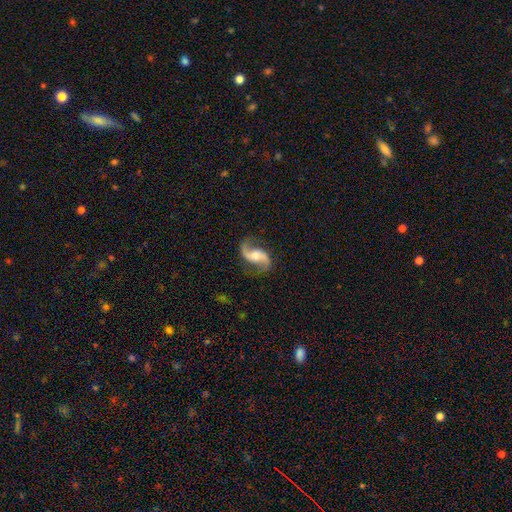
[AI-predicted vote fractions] A featured or disk galaxy (91%) with no bar (46%), 2 (94%) loose (67%) spiral arms (98%) and a moderate central bulge (63%).

Vote fractions:
- Smooth or featured? featured or disk: 91% / smooth: 4% / star or artifact: 4%
- Edge-on disk? no: 98% / yes: 2%
- Bar? no: 46% / weak: 37% / strong: 17%
- Spiral arms? yes: 98% / no: 2%
- Spiral winding? loose: 67% / medium: 27% / tight: 6%
- Spiral arm count? 2: 94% / 1: 2% / can't tell: 1% / 3: 1% / 4: 1% / more than 4: 1%
- Bulge size? moderate: 63% / small: 25% / large: 8% / none: 3% / dominant: 1%
- Merging? none: 82% / minor disturbance: 12% / major disturbance: 5% / merger: 1%